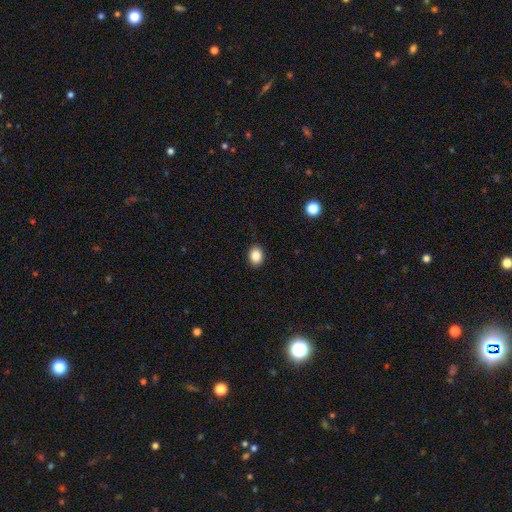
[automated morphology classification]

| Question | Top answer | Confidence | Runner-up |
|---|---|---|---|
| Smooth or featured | smooth | 87% | star or artifact (9%) |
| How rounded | in between | 59% | round (40%) |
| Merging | none | 90% | minor disturbance (7%) |